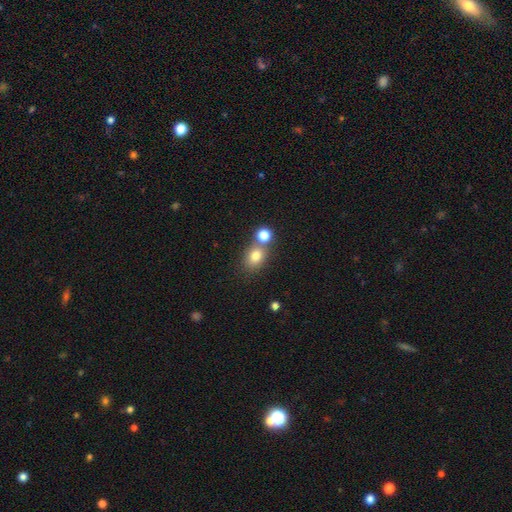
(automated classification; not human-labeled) This appears to be a smooth galaxy with no disk features (78%) that is round (53%). Merging: none (51%).